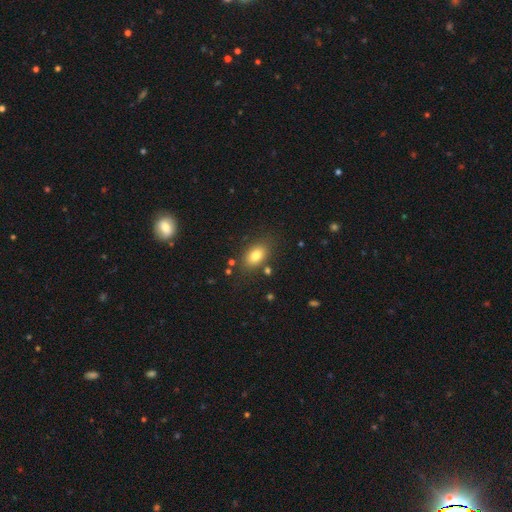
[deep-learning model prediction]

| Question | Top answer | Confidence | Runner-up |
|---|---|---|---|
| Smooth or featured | smooth | 80% | featured or disk (11%) |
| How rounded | in between | 85% | round (13%) |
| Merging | none | 80% | minor disturbance (12%) |